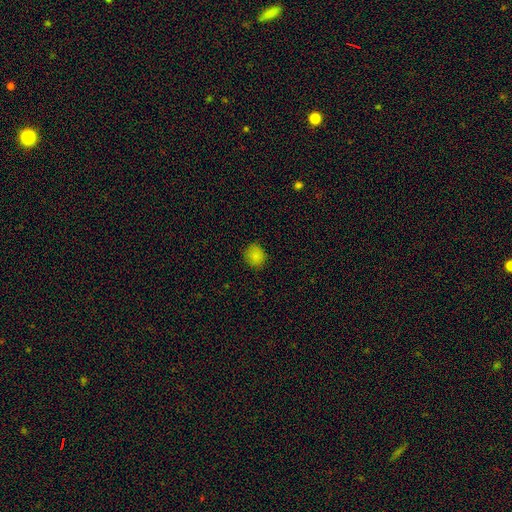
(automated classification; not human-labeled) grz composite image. It shows a smooth galaxy with no disk features (83%) that is round (78%). Merging: none (84%).